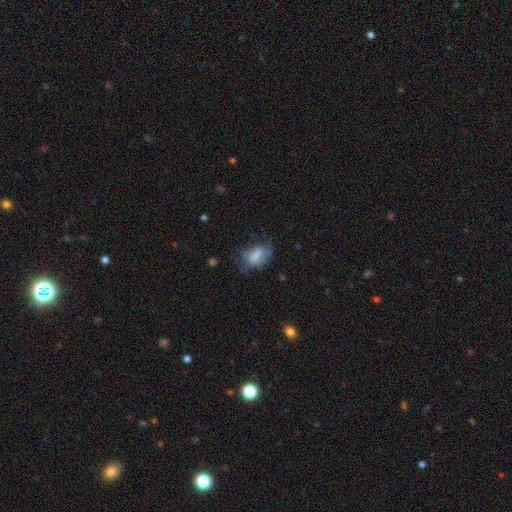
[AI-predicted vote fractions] This is likely a smooth galaxy (67%). How rounded: clearly in between (82%). Merging: possibly none (46%).